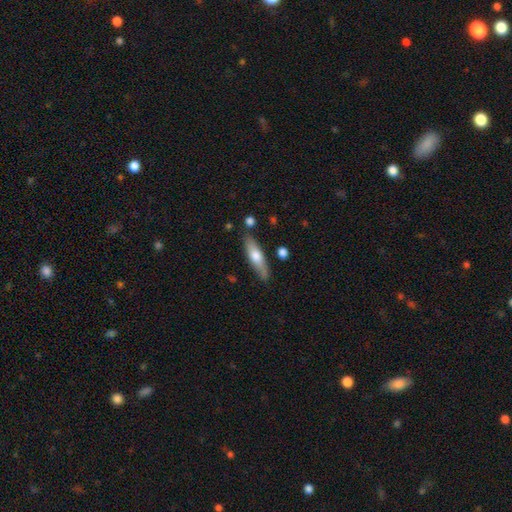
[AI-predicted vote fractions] Smooth or featured: smooth — 58% (featured or disk — 37%)
How rounded: cigar-shaped — 70% (in between — 28%)
Merging: none — 81% (minor disturbance — 12%)